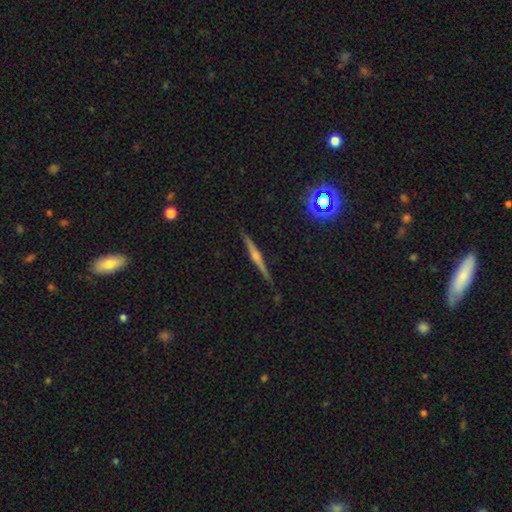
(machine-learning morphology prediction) This appears to be a featured or disk galaxy (73%) viewed edge-on (98%) with a rounded central bulge (76%). Merging: none (90%).